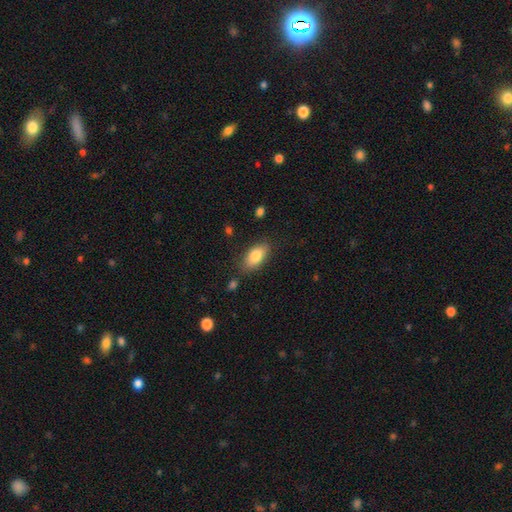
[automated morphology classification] smooth 82%, featured or disk 11%, star or artifact 7%. Down the decision tree: how rounded — in between (90%); merging — none (80%).